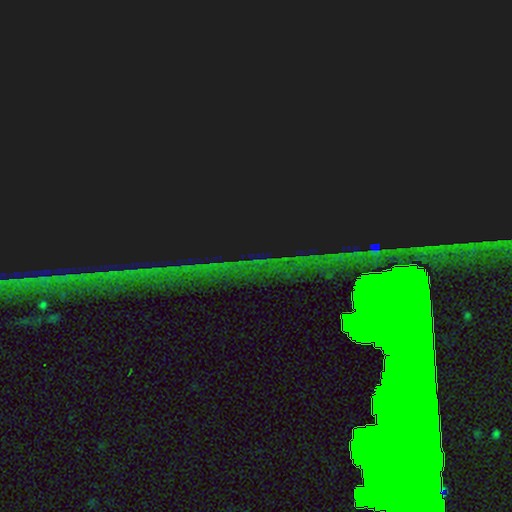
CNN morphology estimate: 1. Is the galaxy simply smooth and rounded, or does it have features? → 85% star or artifact, 7% featured or disk, 7% smooth.